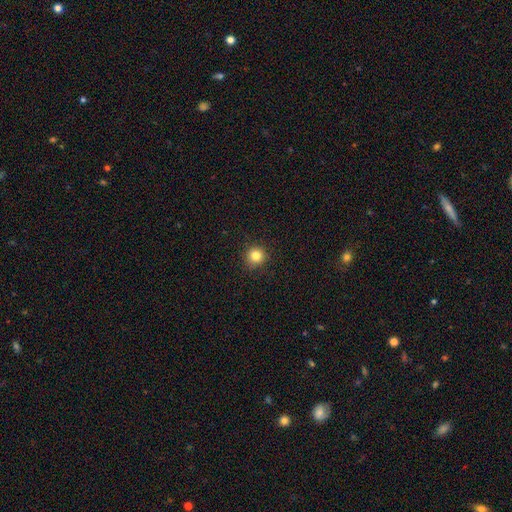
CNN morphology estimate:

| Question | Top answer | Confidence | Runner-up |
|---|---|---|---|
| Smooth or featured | smooth | 82% | star or artifact (12%) |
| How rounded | round | 94% | in between (5%) |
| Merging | none | 91% | minor disturbance (6%) |